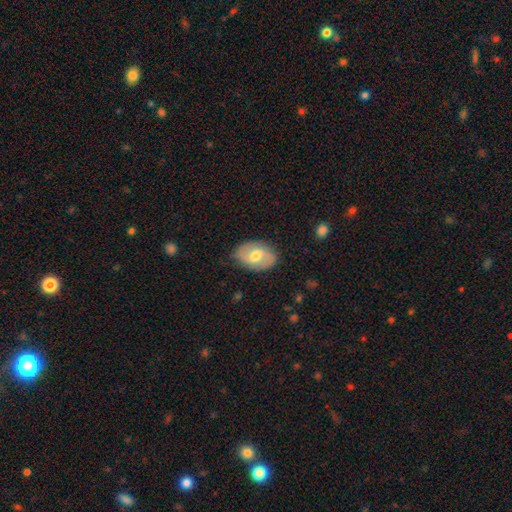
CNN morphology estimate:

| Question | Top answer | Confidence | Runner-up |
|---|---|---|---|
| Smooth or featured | smooth | 48% | featured or disk (46%) |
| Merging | none | 80% | minor disturbance (15%) |